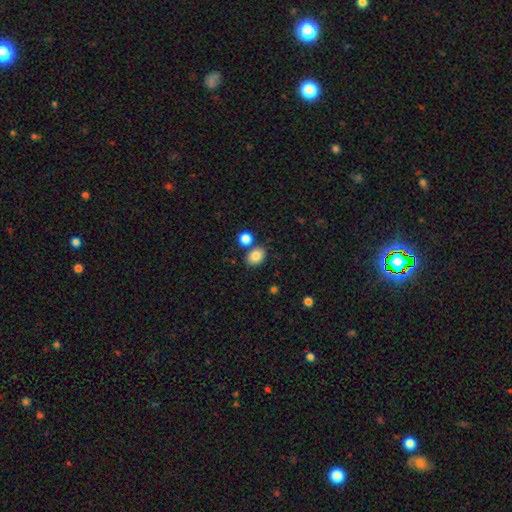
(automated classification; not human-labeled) A smooth galaxy with no disk features (84%) that is in between round and cigar-shaped (58%).

Vote fractions:
- Smooth or featured? smooth: 84% / star or artifact: 9% / featured or disk: 6%
- How rounded? in between: 58% / round: 41% / cigar-shaped: 1%
- Merging? none: 72% / merger: 16% / minor disturbance: 10% / major disturbance: 3%